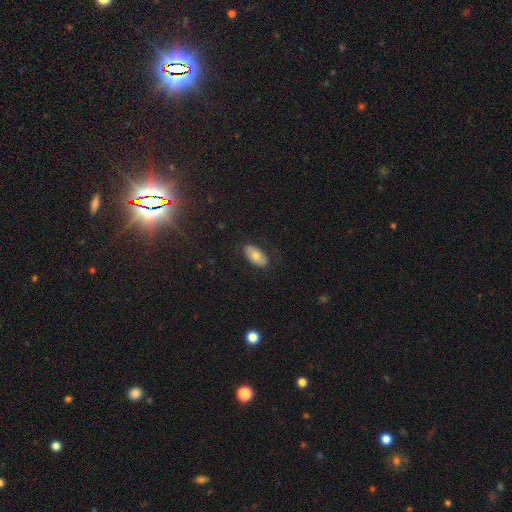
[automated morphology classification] type=smooth (71%); roundness=in between (94%); merging=none (83%).